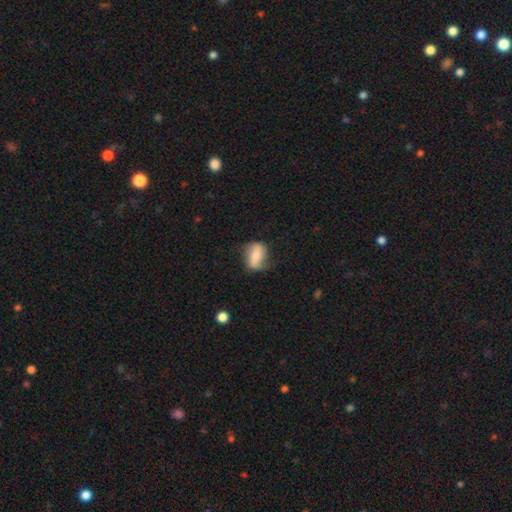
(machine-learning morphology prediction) This appears to be a smooth galaxy with no disk features (56%) that is in between round and cigar-shaped (76%). Merging: none (60%).